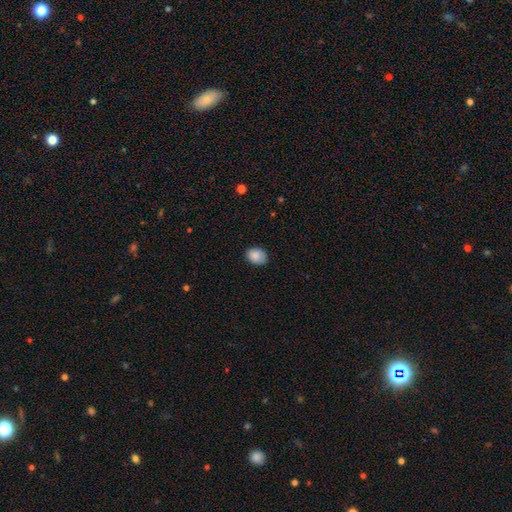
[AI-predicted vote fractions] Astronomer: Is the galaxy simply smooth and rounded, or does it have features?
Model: smooth — 88%.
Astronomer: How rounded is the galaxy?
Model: in between — 68%.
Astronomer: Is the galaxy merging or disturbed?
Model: none — 79%.